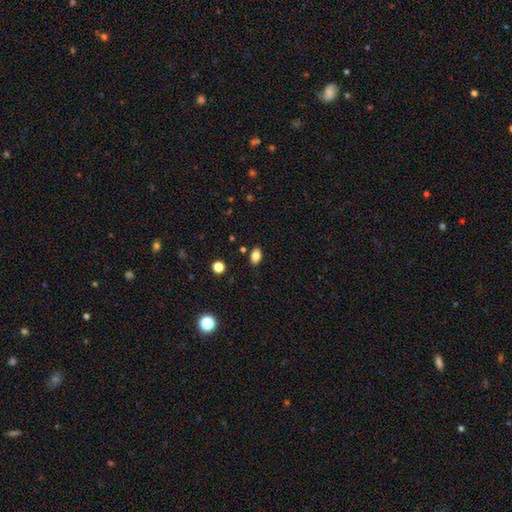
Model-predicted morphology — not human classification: smooth-or-featured: smooth: 84% | star or artifact: 11% | featured or disk: 6%
  how-rounded: in between: 87% | round: 11% | cigar-shaped: 2%
  merging: none: 87% | minor disturbance: 9% | major disturbance: 2% | merger: 2%